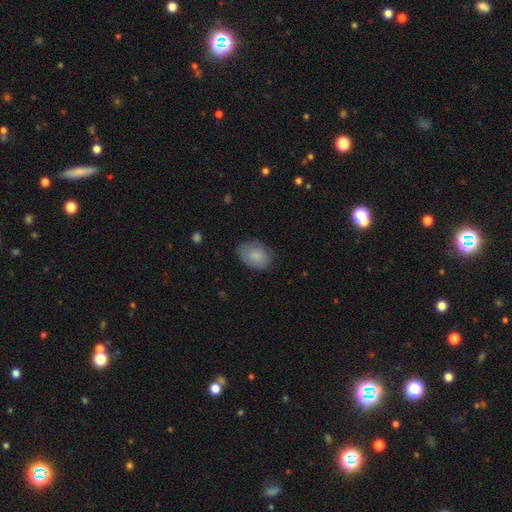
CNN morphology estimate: Q: Smooth or featured?
A: smooth (81%); runner-up: featured or disk (12%)
Q: How rounded?
A: in between (79%); runner-up: round (20%)
Q: Merging?
A: none (72%); runner-up: minor disturbance (21%)